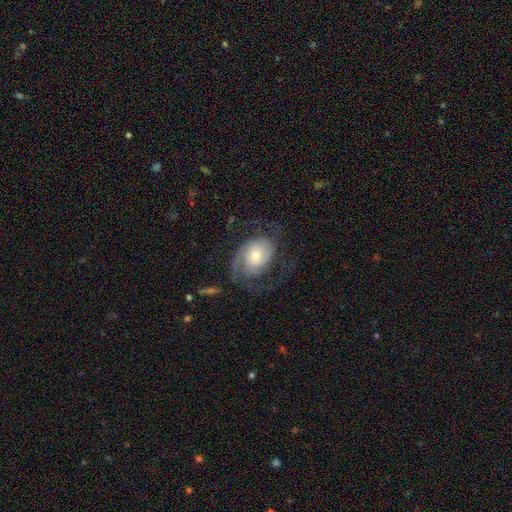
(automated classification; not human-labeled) Smooth or featured? Predicted: featured or disk (p=0.75). Edge-on disk? Predicted: no (p=0.97). Bar? Predicted: no (p=0.60). Spiral arms? Predicted: yes (p=0.92). Spiral winding? Predicted: medium (p=0.44). Spiral arm count? Predicted: 2 (p=0.57). Bulge size? Predicted: moderate (p=0.47). Merging? Predicted: none (p=0.55).